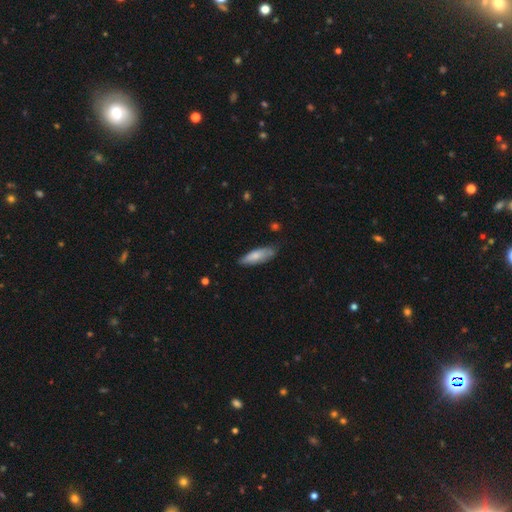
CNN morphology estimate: This appears to be a smooth galaxy with no disk features (74%) that is in between round and cigar-shaped (54%). Merging: none (71%).